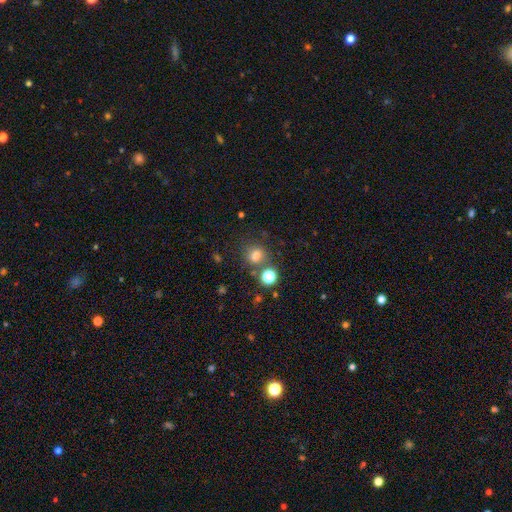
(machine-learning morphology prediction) Q: Smooth or featured?
A: smooth (75%); runner-up: star or artifact (17%)
Q: How rounded?
A: round (70%); runner-up: in between (29%)
Q: Merging?
A: none (68%); runner-up: merger (15%)